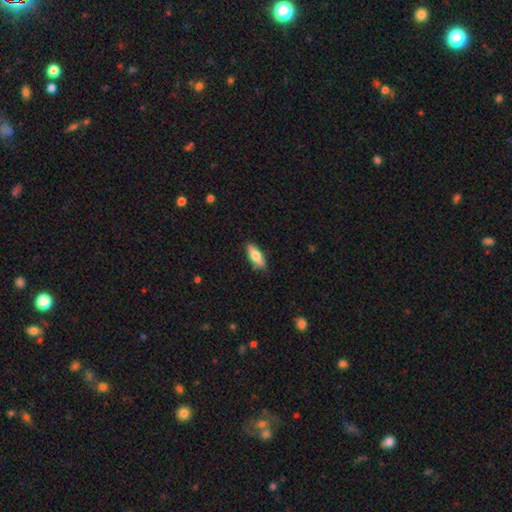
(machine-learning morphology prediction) Smooth or featured? smooth (67%)
How rounded? in between (66%)
Merging? none (83%)